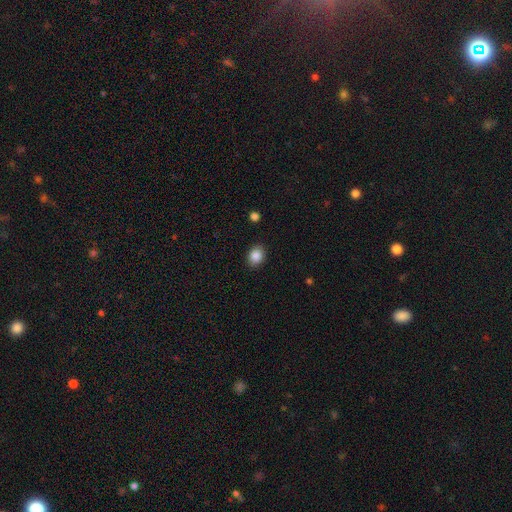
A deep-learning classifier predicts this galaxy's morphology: This appears to be a smooth galaxy with no disk features (87%) that is in between round and cigar-shaped (55%). Merging: none (88%).